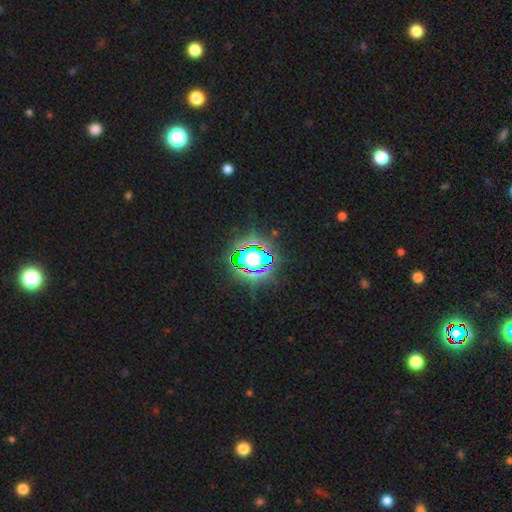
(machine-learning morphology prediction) This appears to be a star or artifact, not a galaxy (77%).